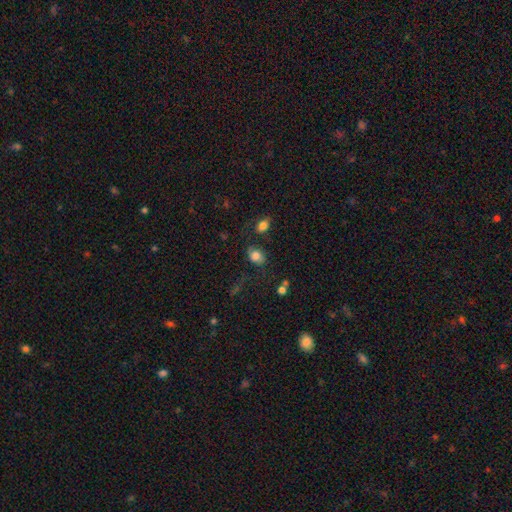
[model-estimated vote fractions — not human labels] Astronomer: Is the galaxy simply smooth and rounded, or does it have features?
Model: smooth — 80%.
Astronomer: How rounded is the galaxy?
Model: in between — 67%.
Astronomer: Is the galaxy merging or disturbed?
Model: none — 68%.